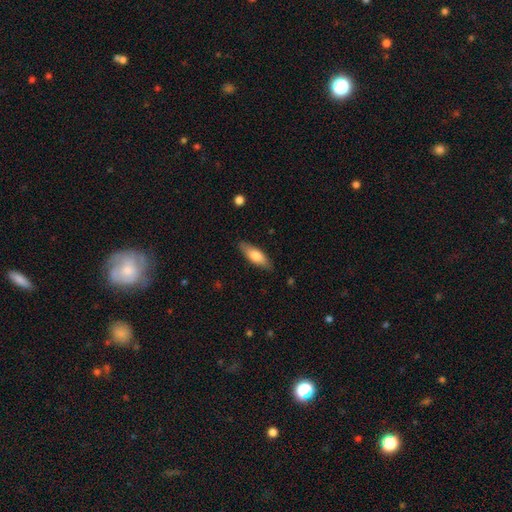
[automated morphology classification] The model was most divided on "how rounded": in between: 60%, cigar-shaped: 38%, round: 2%. More confident: merging — none (84%); smooth or featured — smooth (71%).